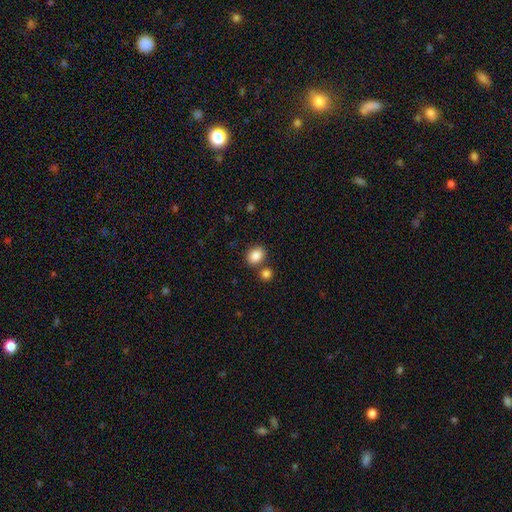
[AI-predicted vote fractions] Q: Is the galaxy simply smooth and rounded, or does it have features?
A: smooth — 86%.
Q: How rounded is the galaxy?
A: in between — 55%.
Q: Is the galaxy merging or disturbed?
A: none — 72%.